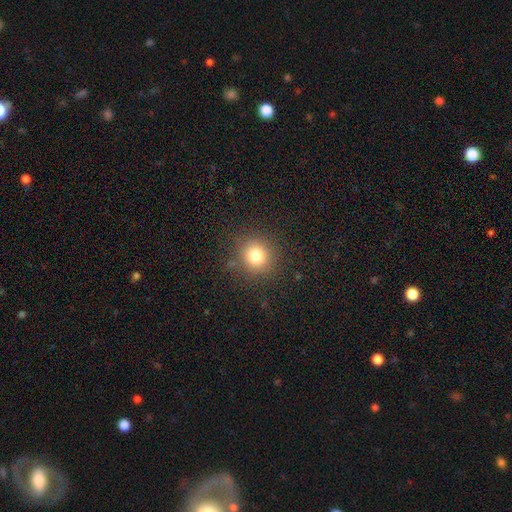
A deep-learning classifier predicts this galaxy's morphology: Smooth or featured? Predicted: smooth (p=0.80). How rounded? Predicted: round (p=0.89). Merging? Predicted: none (p=0.87).